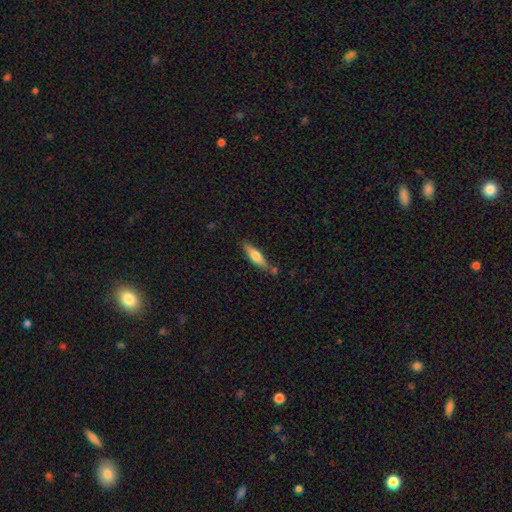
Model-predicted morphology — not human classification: type=smooth (62%); roundness=cigar-shaped (69%); merging=none (72%).